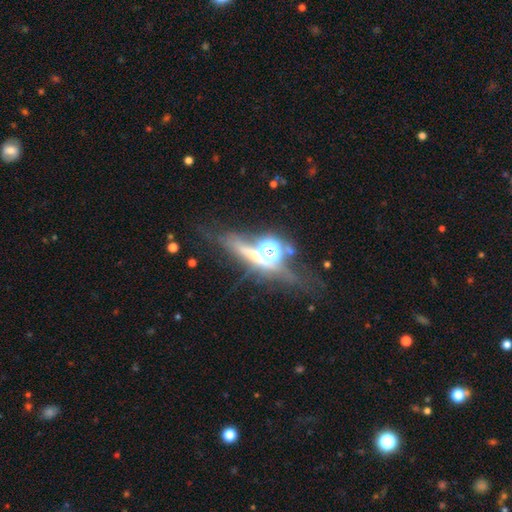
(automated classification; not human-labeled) This appears to be a star or artifact, not a galaxy (45%).